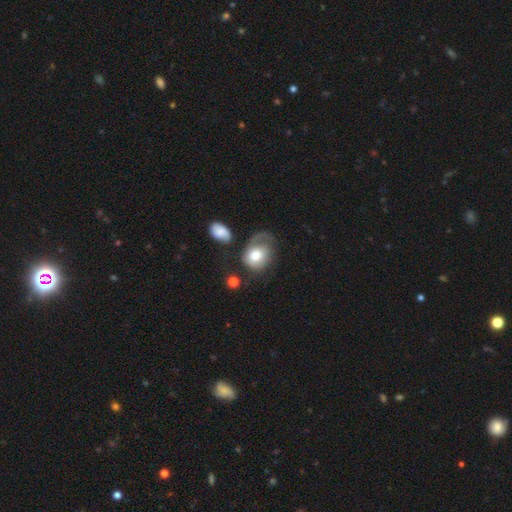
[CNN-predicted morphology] This is possibly a smooth galaxy (59%). How rounded: possibly round (50%). Merging: possibly major disturbance (47%).